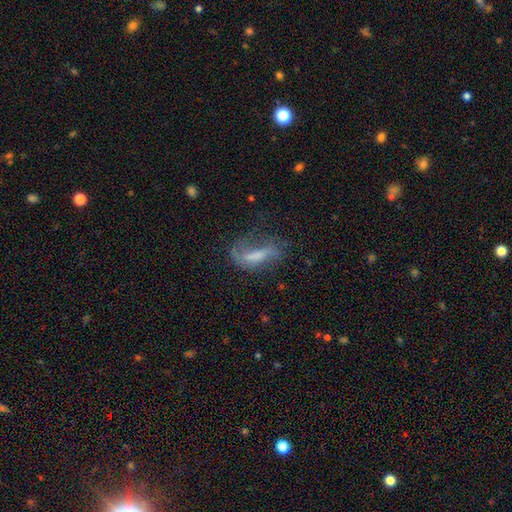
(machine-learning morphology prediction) Overall: featured or disk (49%; smooth 41%). Merging: none (39%; major disturbance 33%).